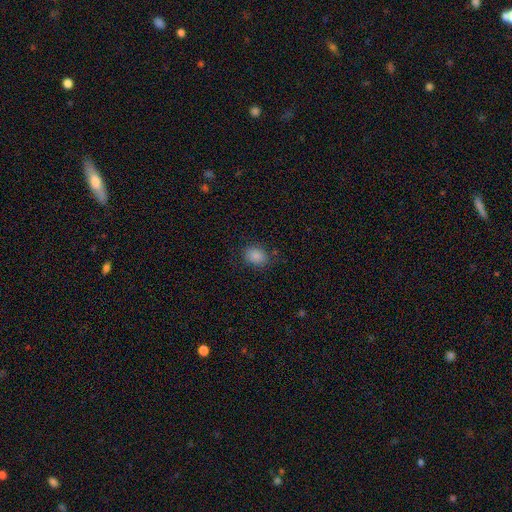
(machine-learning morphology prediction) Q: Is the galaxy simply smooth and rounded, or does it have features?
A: smooth — 86%.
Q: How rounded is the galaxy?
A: in between — 53%.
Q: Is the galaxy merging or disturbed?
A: none — 80%.